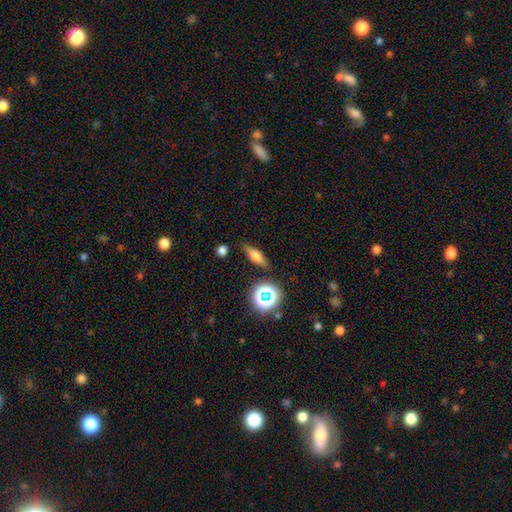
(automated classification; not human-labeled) This appears to be a smooth galaxy with no disk features (56%) that is cigar-shaped (47%). Merging: none (83%).